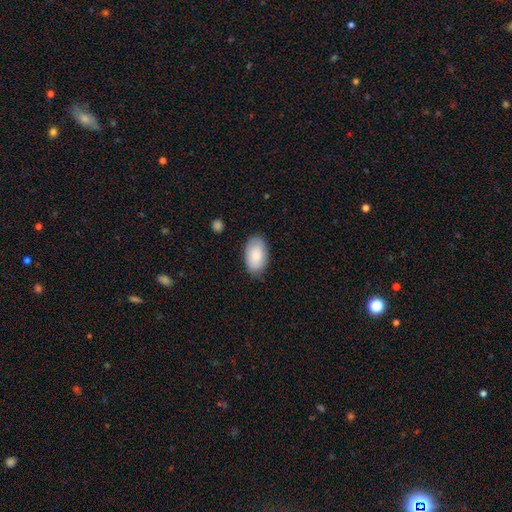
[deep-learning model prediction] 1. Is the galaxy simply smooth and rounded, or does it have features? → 84% smooth, 10% featured or disk, 6% star or artifact.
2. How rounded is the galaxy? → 94% in between, 5% round, 1% cigar-shaped.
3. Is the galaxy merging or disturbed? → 82% none, 14% minor disturbance, 3% major disturbance, 1% merger.